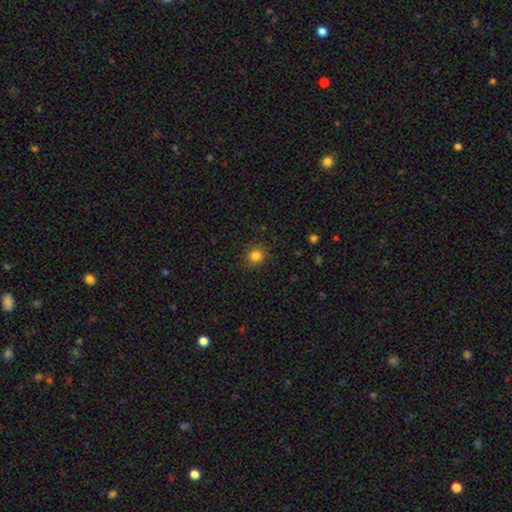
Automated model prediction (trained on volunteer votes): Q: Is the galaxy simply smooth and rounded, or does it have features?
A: smooth — 83%.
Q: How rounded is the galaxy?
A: round — 87%.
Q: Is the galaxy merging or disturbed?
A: none — 88%.